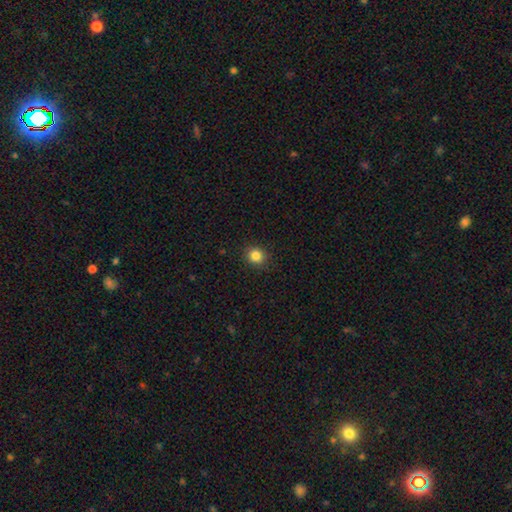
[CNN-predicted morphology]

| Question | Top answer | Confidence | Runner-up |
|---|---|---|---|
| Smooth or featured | smooth | 84% | star or artifact (11%) |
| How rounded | round | 84% | in between (15%) |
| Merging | none | 90% | minor disturbance (7%) |